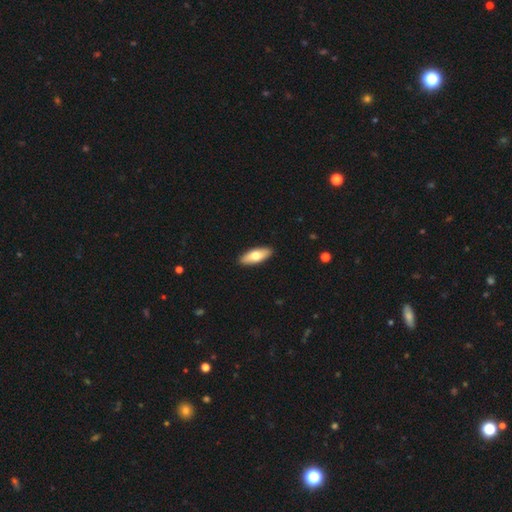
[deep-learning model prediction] This appears to be a smooth galaxy with no disk features (70%) that is in between round and cigar-shaped (74%). Merging: none (91%).